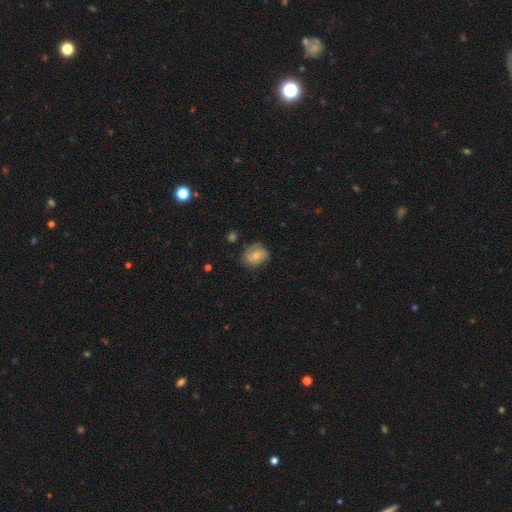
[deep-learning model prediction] Morphology: type=smooth (55%); roundness=in between (51%); merging=none (63%).